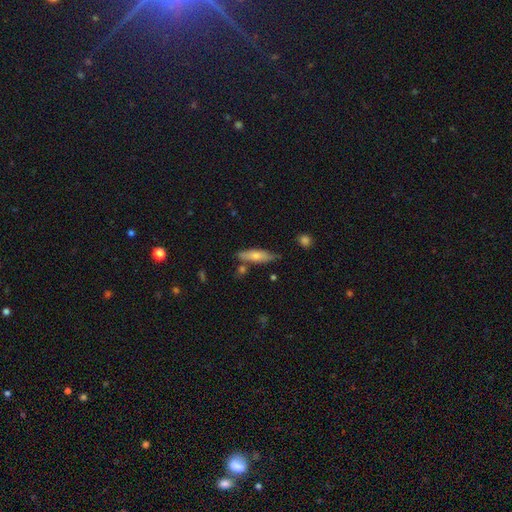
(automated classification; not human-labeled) Overall: smooth (62%; featured or disk 32%). How rounded: cigar-shaped (63%; in between 34%). Merging: none (69%).